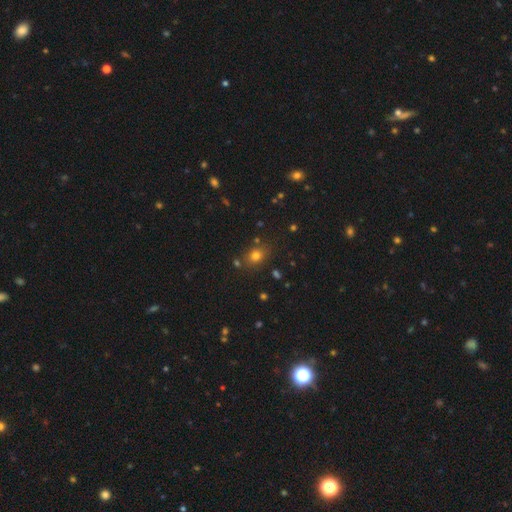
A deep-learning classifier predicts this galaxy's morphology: smooth 73%, star or artifact 18%, featured or disk 9%. Down the decision tree: how rounded — round (52%); merging — none (79%).